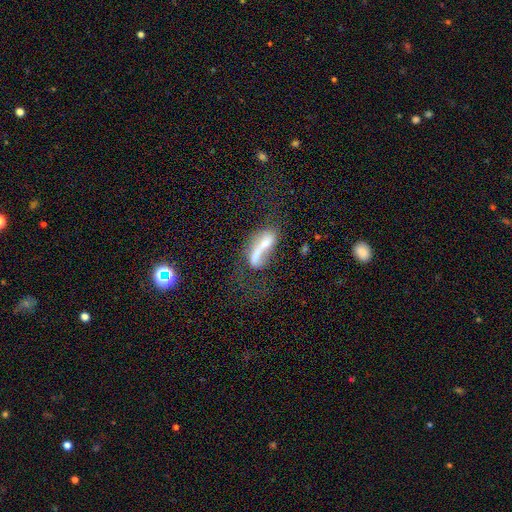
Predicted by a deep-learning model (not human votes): Overall: smooth (49%; featured or disk 41%). Merging: merger (42%; major disturbance 26%).